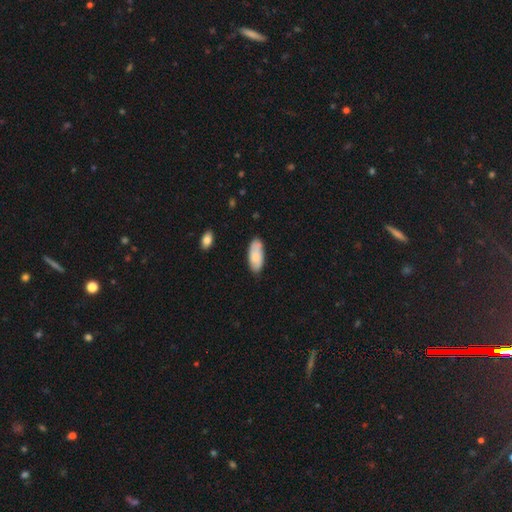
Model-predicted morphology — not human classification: smooth 78%, featured or disk 16%, star or artifact 6%. Down the decision tree: how rounded — in between (86%); merging — none (78%).